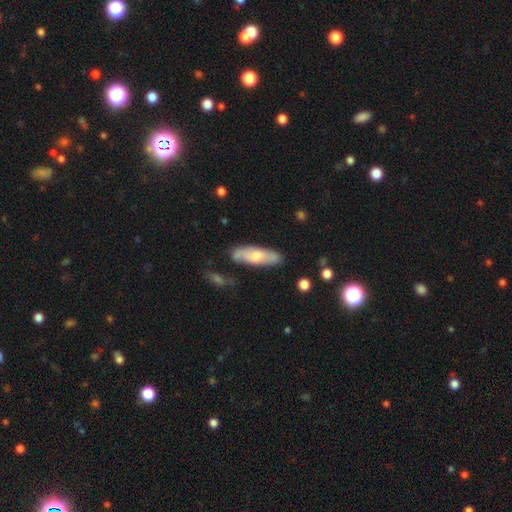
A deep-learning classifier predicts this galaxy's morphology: type=smooth (59%); roundness=in between (53%); merging=none (75%).